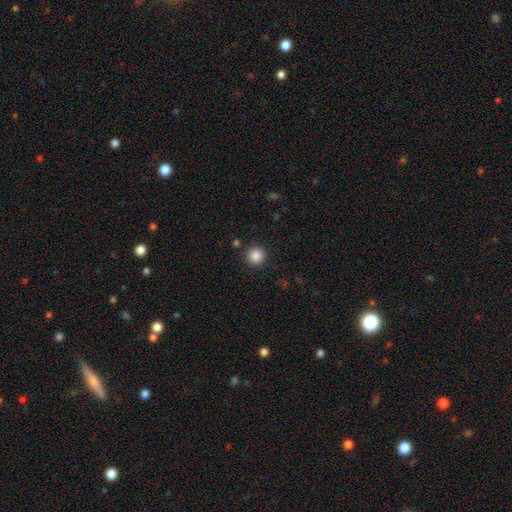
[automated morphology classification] smooth-or-featured: smooth: 87% | star or artifact: 10% | featured or disk: 3%
  how-rounded: round: 95% | in between: 4% | cigar-shaped: 1%
  merging: none: 90% | minor disturbance: 6% | major disturbance: 2% | merger: 2%